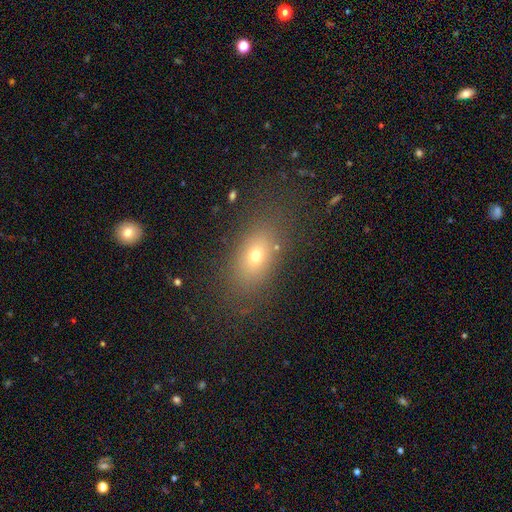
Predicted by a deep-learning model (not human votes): Smooth or featured? smooth (69%)
How rounded? in between (79%)
Merging? none (79%)